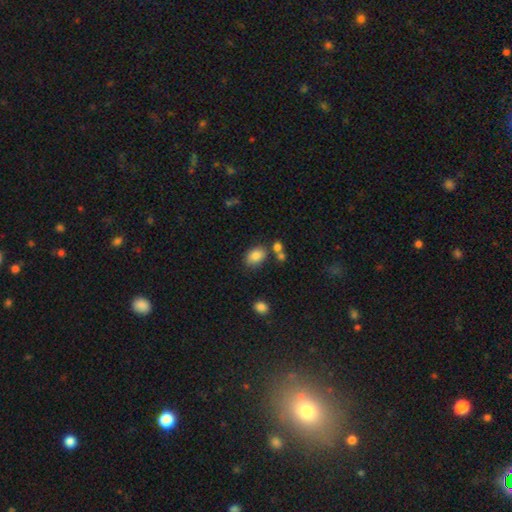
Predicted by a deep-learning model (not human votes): A smooth galaxy with no disk features (84%) that is in between round and cigar-shaped (82%). Merging: none (72%).